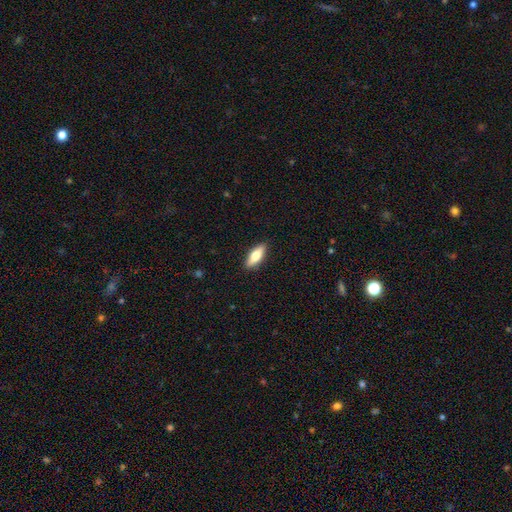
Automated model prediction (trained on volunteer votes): This is likely a smooth galaxy (68%). How rounded: likely in between (65%). Merging: clearly none (89%).